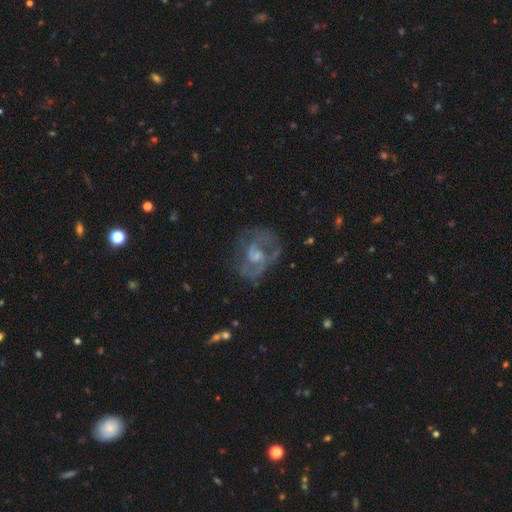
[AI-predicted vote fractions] featured or disk 74%, smooth 17%, star or artifact 10%. Down the decision tree: edge-on disk — no (97%); bar — no (58%); spiral arms — yes (73%); spiral arm count — 2 (61%); spiral winding — medium (50%); bulge size — small (41%); merging — none (57%).